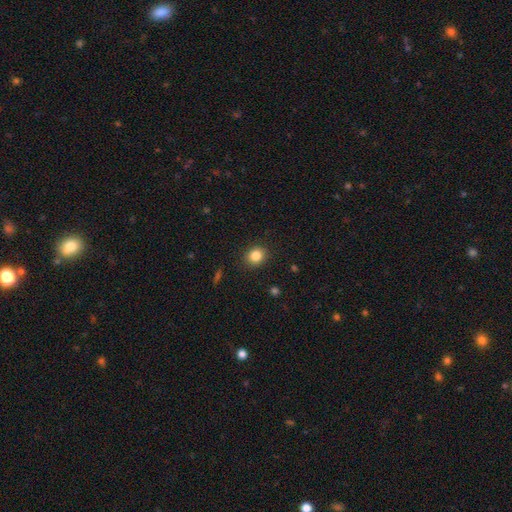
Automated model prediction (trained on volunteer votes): This is clearly a smooth galaxy (84%). How rounded: likely round (75%). Merging: clearly none (89%).